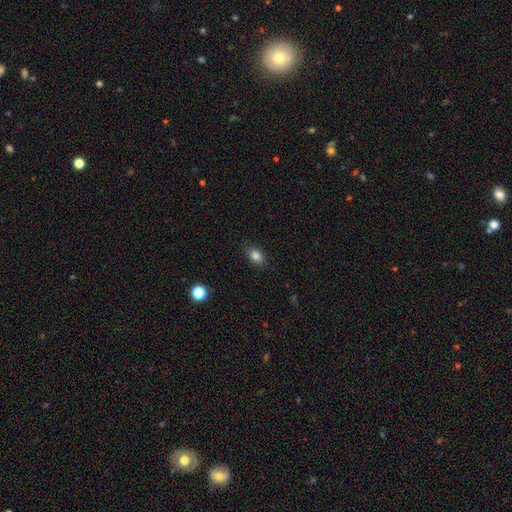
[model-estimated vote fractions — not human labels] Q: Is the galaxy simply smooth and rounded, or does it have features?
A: smooth — 84%.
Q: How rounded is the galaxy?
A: in between — 73%.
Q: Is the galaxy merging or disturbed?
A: none — 85%.